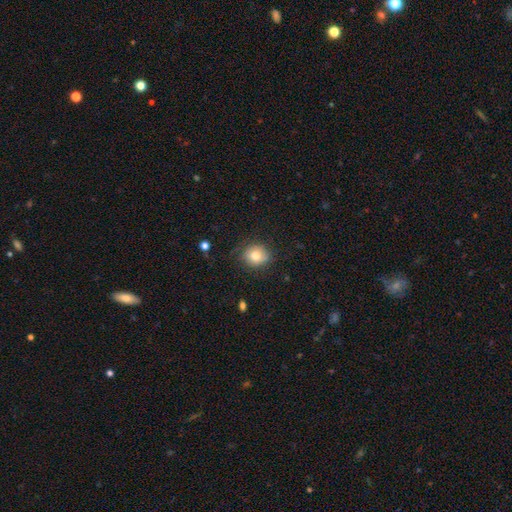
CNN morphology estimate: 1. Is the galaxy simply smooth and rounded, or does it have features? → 77% smooth, 12% featured or disk, 10% star or artifact.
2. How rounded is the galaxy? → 75% round, 24% in between, 1% cigar-shaped.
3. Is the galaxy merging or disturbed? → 77% none, 17% minor disturbance, 5% major disturbance, 1% merger.